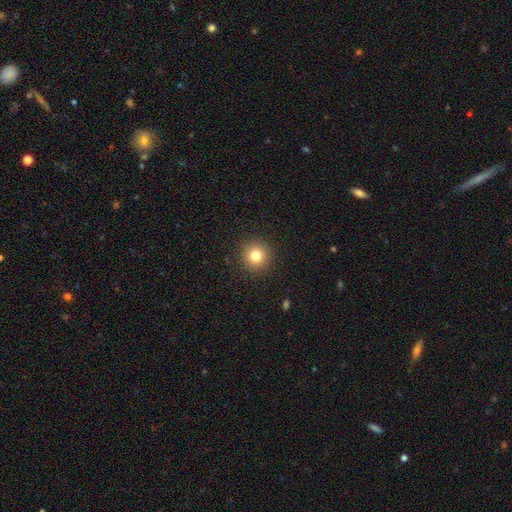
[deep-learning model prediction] The model was most divided on "smooth or featured": smooth: 80%, star or artifact: 13%, featured or disk: 7%. More confident: how rounded — round (94%); merging — none (91%).